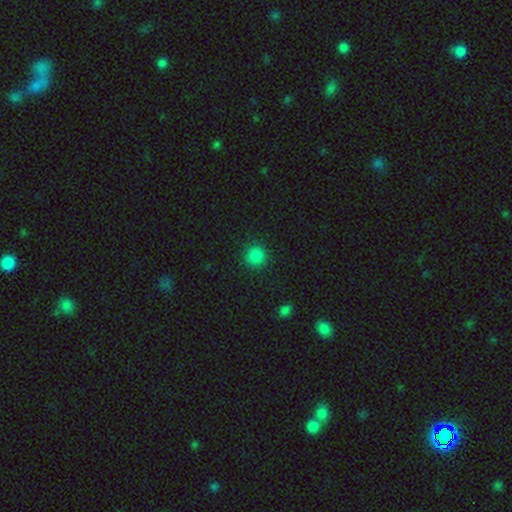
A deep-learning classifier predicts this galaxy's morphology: Smooth or featured?
  - smooth: 84% *
  - star or artifact: 12%
  - featured or disk: 3%
How rounded?
  - round: 93% *
  - in between: 6%
  - cigar-shaped: 1%
Merging?
  - none: 91% *
  - minor disturbance: 6%
  - major disturbance: 2%
  - merger: 1%